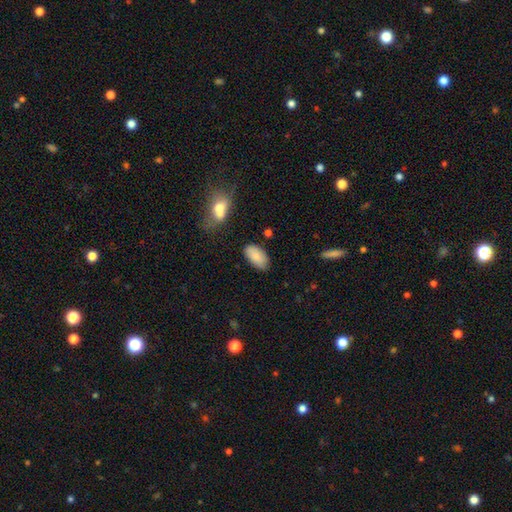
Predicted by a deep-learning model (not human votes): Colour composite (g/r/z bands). It shows a smooth galaxy with no disk features (86%) that is in between round and cigar-shaped (95%). Merging: none (78%).